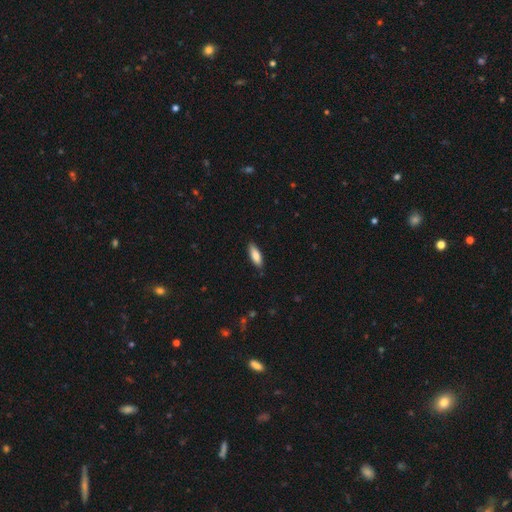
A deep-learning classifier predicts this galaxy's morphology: Smooth or featured?
  - smooth: 81% *
  - featured or disk: 13%
  - star or artifact: 6%
How rounded?
  - in between: 65% *
  - cigar-shaped: 33%
  - round: 2%
Merging?
  - none: 86% *
  - minor disturbance: 11%
  - major disturbance: 2%
  - merger: 1%